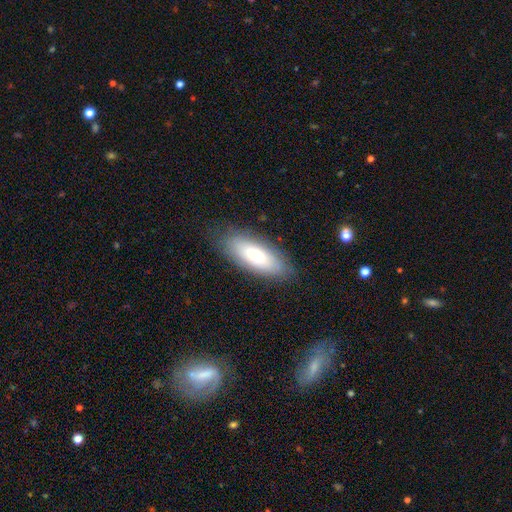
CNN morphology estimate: Smooth or featured: smooth — 71% (featured or disk — 22%)
How rounded: in between — 76% (cigar-shaped — 22%)
Merging: none — 82% (minor disturbance — 13%)